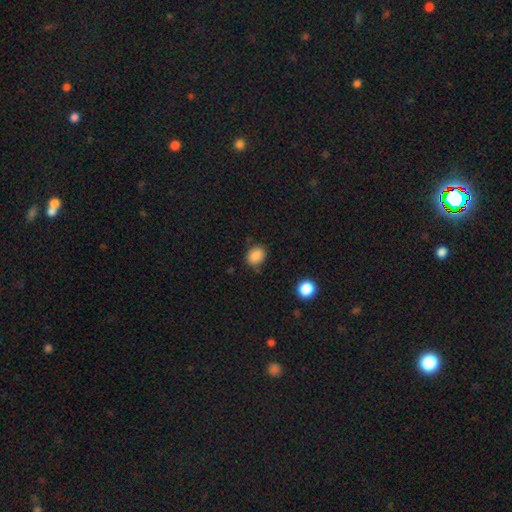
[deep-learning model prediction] Smooth or featured?
  - smooth: 86% *
  - star or artifact: 10%
  - featured or disk: 4%
How rounded?
  - round: 59% *
  - in between: 40%
  - cigar-shaped: 1%
Merging?
  - none: 79% *
  - minor disturbance: 15%
  - major disturbance: 4%
  - merger: 3%